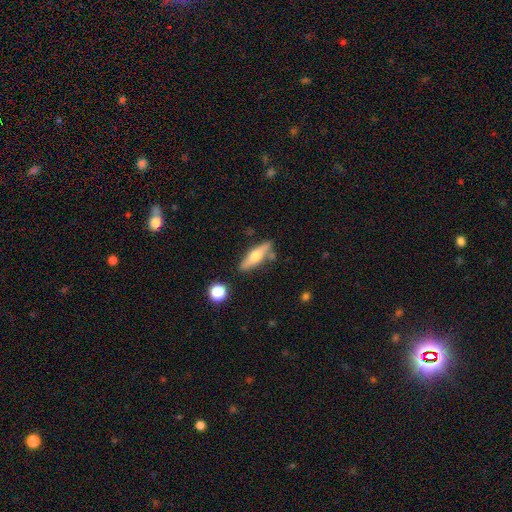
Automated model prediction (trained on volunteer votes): Morphology: type=smooth (48%); merging=none (77%).